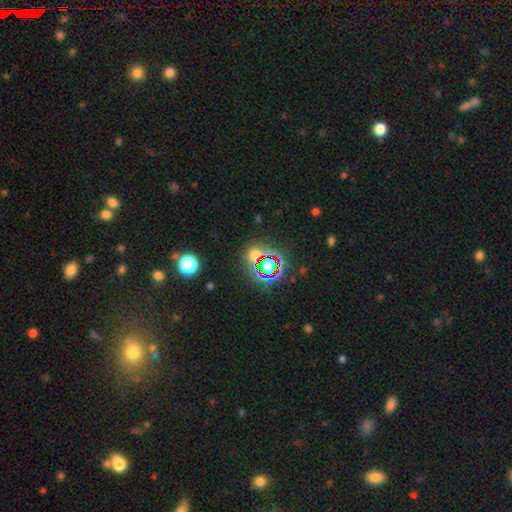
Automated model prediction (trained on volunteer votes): Morphology: type=star or artifact (52%).